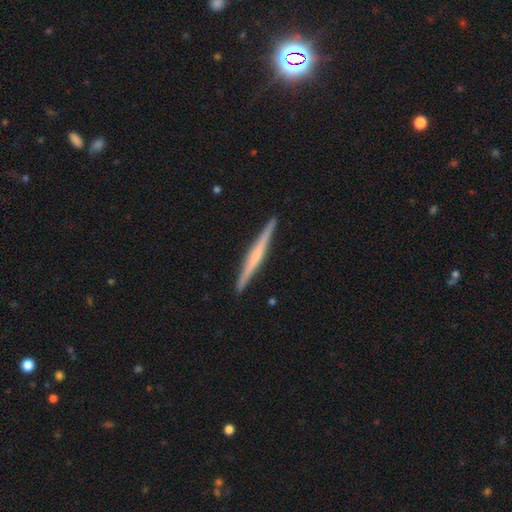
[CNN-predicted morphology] Overall: featured or disk (67%; smooth 28%). Edge-on disk: yes (98%). Edge-on bulge: none (46%; rounded 39%). Merging: none (92%).